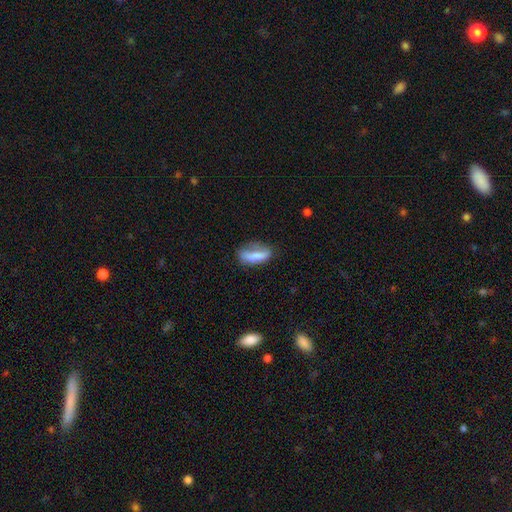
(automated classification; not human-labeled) Smooth or featured: smooth — 71% (featured or disk — 21%)
How rounded: in between — 70% (cigar-shaped — 27%)
Merging: none — 47% (minor disturbance — 31%)